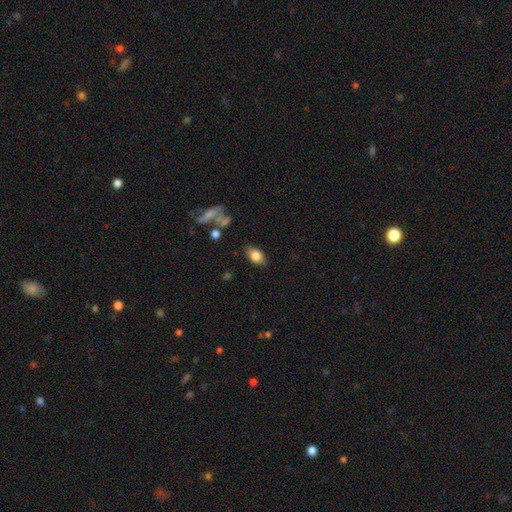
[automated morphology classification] A smooth galaxy with no disk features (79%) that is in between round and cigar-shaped (87%). Merging: none (81%).